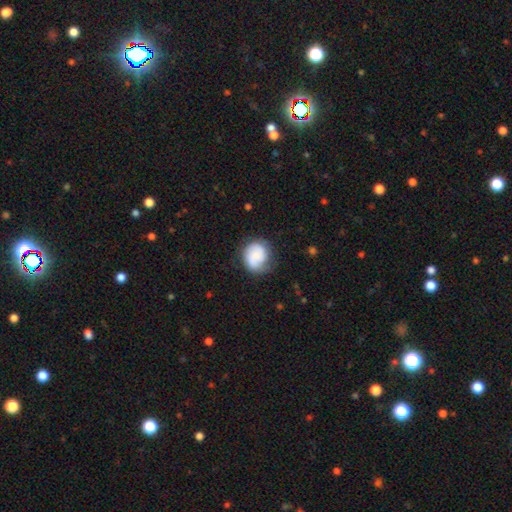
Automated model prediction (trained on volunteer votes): smooth_or_featured: smooth (p=0.60) [alt: featured or disk p=0.33]
how_rounded: round (p=0.74) [alt: in between p=0.25]
merging: none (p=0.65) [alt: minor disturbance p=0.24]